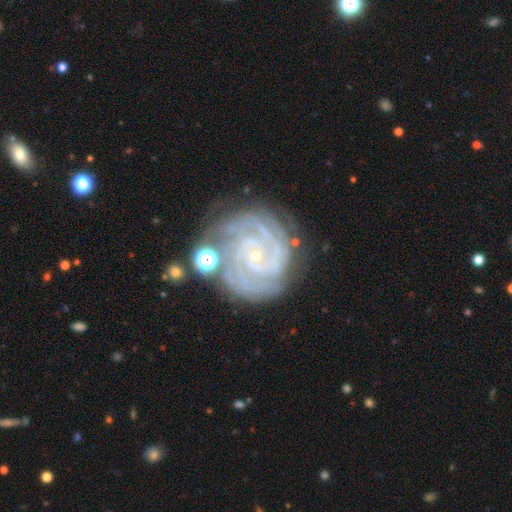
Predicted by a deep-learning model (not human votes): This appears to be a featured or disk galaxy (90%) with no bar (73%), 3 (27%, tied with 2) tight (81%) spiral arms (98%) and a small central bulge (89%). Merging: none (72%).